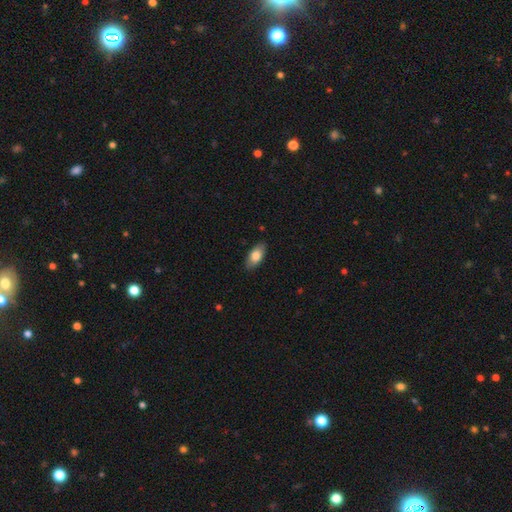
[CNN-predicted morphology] A smooth galaxy with no disk features (80%) that is in between round and cigar-shaped (91%). Merging: none (86%).